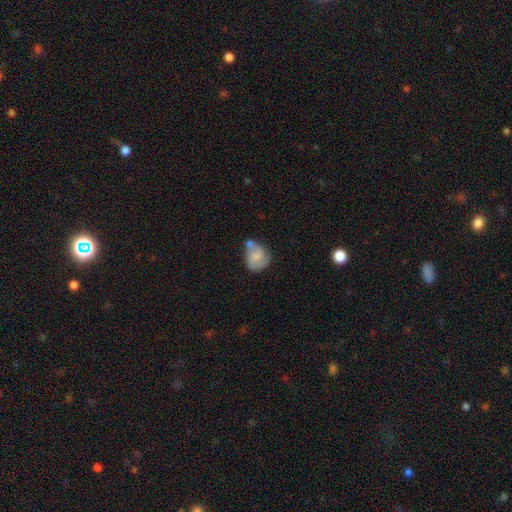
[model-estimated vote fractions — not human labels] Q: Smooth or featured?
A: smooth (61%); runner-up: featured or disk (31%)
Q: How rounded?
A: round (56%); runner-up: in between (43%)
Q: Merging?
A: merger (34%); runner-up: none (30%)